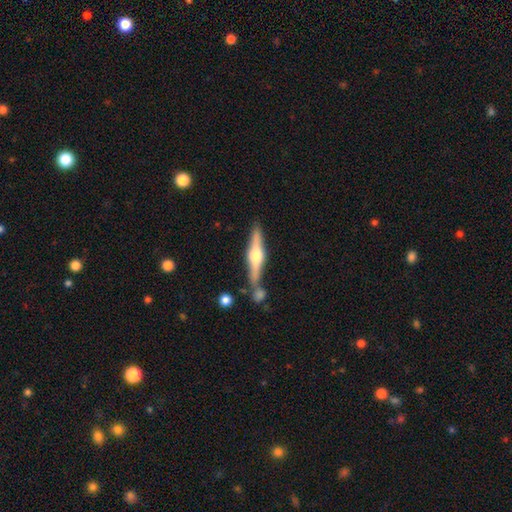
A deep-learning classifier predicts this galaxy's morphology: A featured or disk galaxy (72%) viewed edge-on (97%) with a rounded central bulge (93%). Merging: none (73%).